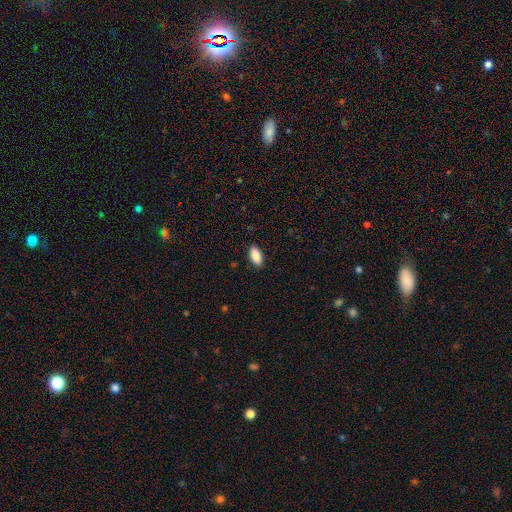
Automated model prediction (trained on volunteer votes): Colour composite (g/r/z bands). It shows a smooth galaxy with no disk features (89%) that is in between round and cigar-shaped (91%). Merging: none (89%).